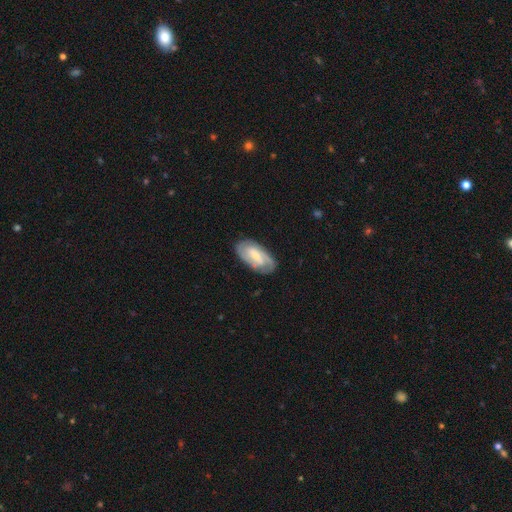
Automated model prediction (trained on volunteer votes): Smooth or featured? Predicted: featured or disk (p=0.68). Edge-on disk? Predicted: no (p=0.94). Bar? Predicted: weak (p=0.48). Spiral arms? Predicted: yes (p=0.88). Spiral winding? Predicted: tight (p=0.50). Spiral arm count? Predicted: 2 (p=0.57). Bulge size? Predicted: small (p=0.58). Merging? Predicted: none (p=0.79).